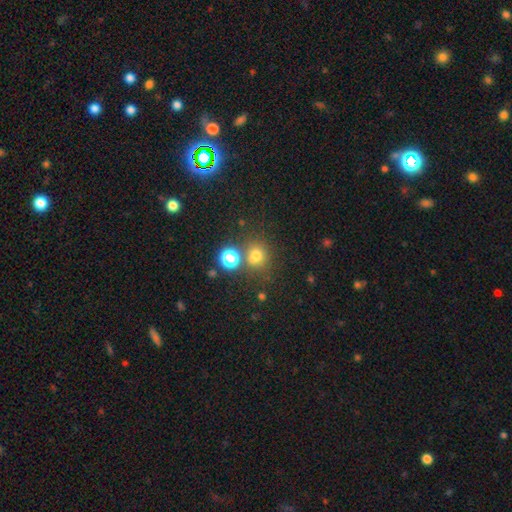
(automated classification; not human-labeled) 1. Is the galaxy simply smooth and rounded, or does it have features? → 68% smooth, 23% star or artifact, 9% featured or disk.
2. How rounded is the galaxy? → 79% round, 20% in between, 1% cigar-shaped.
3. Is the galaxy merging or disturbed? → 66% none, 18% merger, 11% minor disturbance, 5% major disturbance.